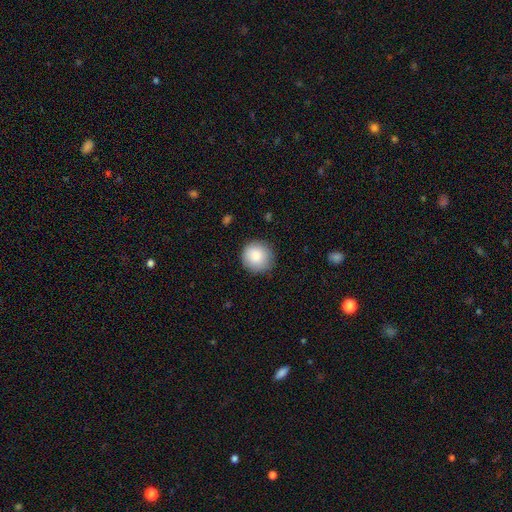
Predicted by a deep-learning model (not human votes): Smooth or featured? smooth (87%)
How rounded? round (94%)
Merging? none (86%)